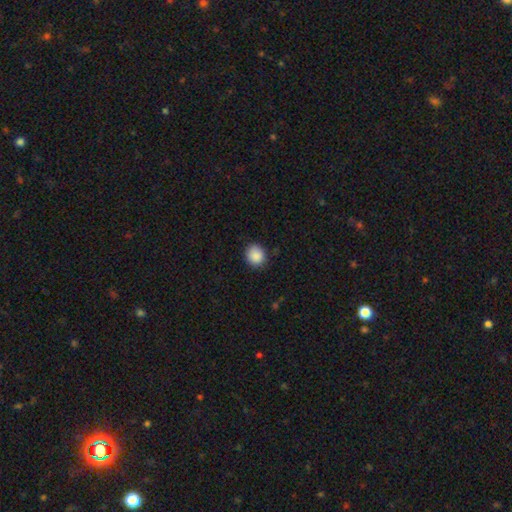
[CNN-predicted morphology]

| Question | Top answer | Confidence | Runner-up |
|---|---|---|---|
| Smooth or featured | smooth | 88% | star or artifact (8%) |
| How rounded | round | 83% | in between (16%) |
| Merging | none | 85% | minor disturbance (12%) |